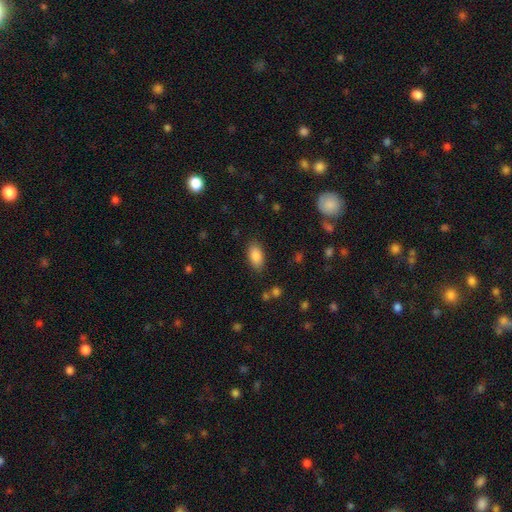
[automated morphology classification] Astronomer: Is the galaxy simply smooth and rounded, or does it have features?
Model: smooth — 86%.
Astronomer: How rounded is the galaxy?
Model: in between — 92%.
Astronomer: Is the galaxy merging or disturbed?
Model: none — 85%.